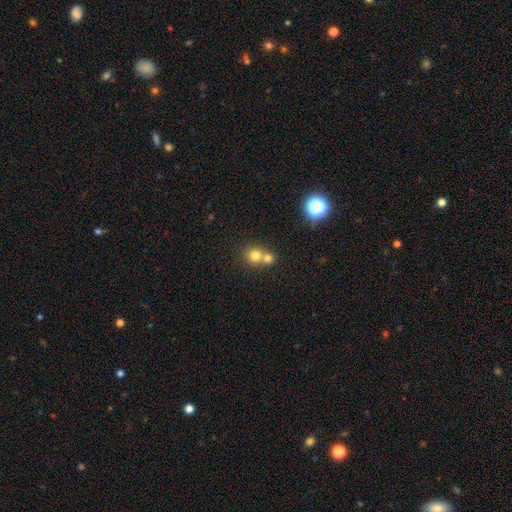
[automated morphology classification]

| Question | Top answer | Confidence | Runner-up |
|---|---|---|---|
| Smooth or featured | smooth | 76% | star or artifact (13%) |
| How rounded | round | 85% | in between (14%) |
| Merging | merger | 55% | none (38%) |